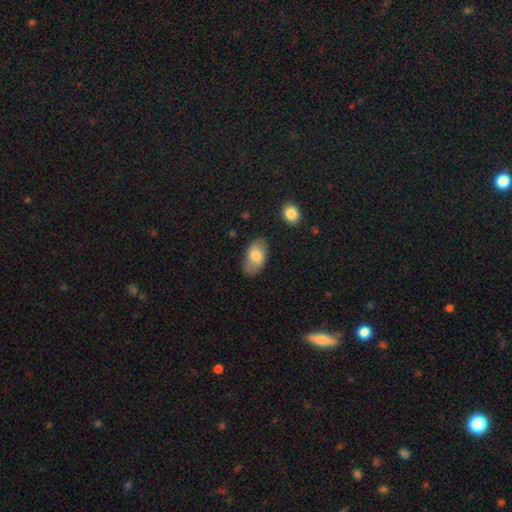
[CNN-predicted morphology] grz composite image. It shows a smooth galaxy with no disk features (78%) that is in between round and cigar-shaped (94%). Merging: none (77%).